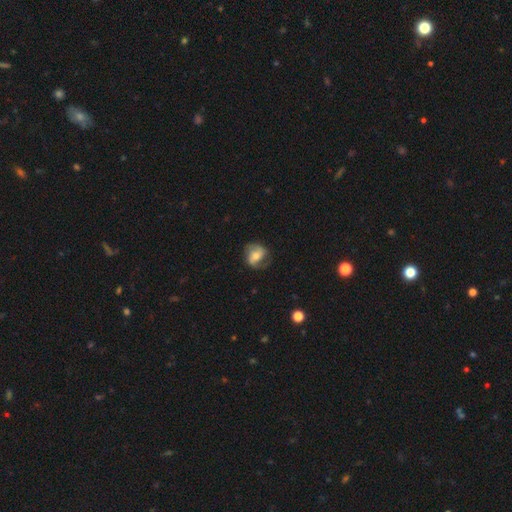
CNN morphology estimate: This appears to be a featured or disk galaxy (54%) with no bar (41%), spiral arms (80%) and a moderate central bulge (59%). Merging: none (69%).